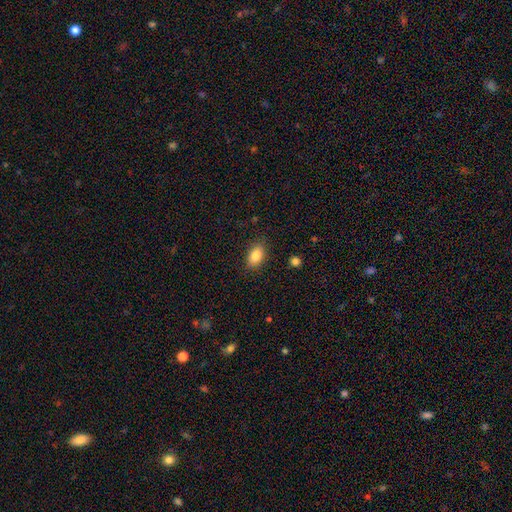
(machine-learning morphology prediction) Smooth or featured?
  - smooth: 84% *
  - star or artifact: 8%
  - featured or disk: 8%
How rounded?
  - in between: 89% *
  - round: 8%
  - cigar-shaped: 3%
Merging?
  - none: 86% *
  - minor disturbance: 11%
  - major disturbance: 3%
  - merger: 1%